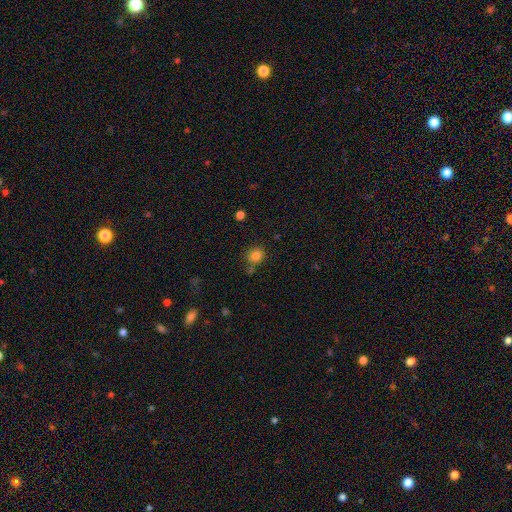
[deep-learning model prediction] This appears to be a smooth galaxy with no disk features (82%) that is round (83%). Merging: none (74%).